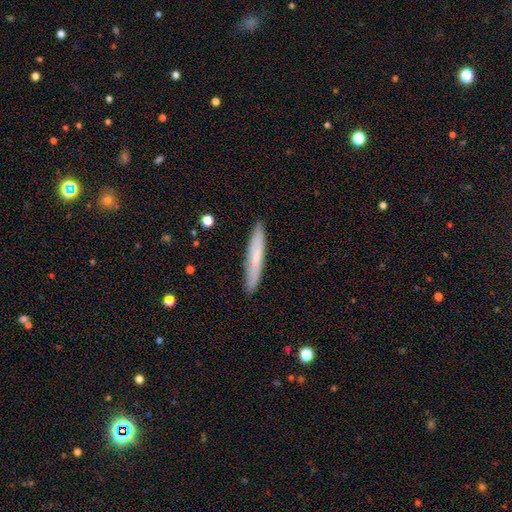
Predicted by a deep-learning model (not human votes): Smooth or featured?
  - smooth: 66% *
  - featured or disk: 28%
  - star or artifact: 6%
How rounded?
  - cigar-shaped: 94% *
  - in between: 5%
  - round: 1%
Merging?
  - none: 90% *
  - minor disturbance: 8%
  - major disturbance: 1%
  - merger: 1%